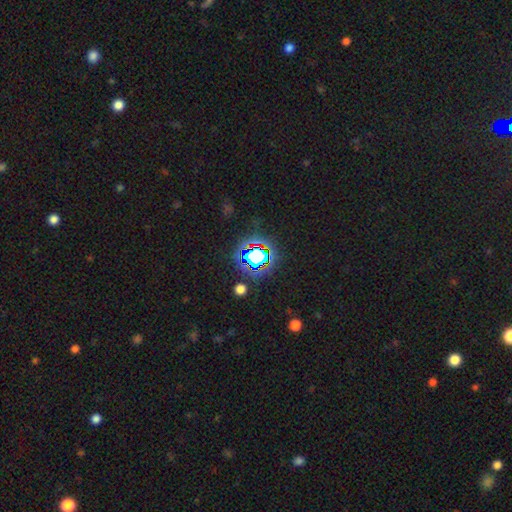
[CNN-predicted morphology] A star or artifact, not a galaxy (68%).

Vote fractions:
- Smooth or featured? star or artifact: 68% / smooth: 19% / featured or disk: 12%